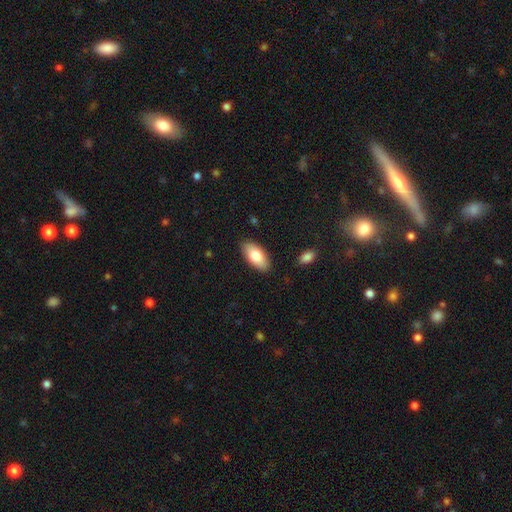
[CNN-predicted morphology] Smooth or featured? smooth (80%)
How rounded? in between (92%)
Merging? none (87%)